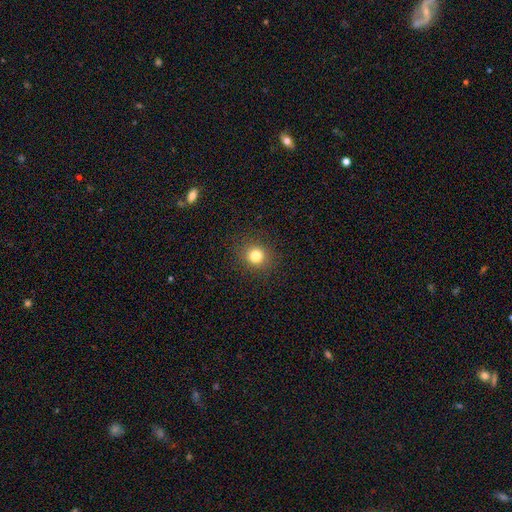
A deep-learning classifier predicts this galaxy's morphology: This appears to be a smooth galaxy with no disk features (81%) that is round (86%). Merging: none (90%).